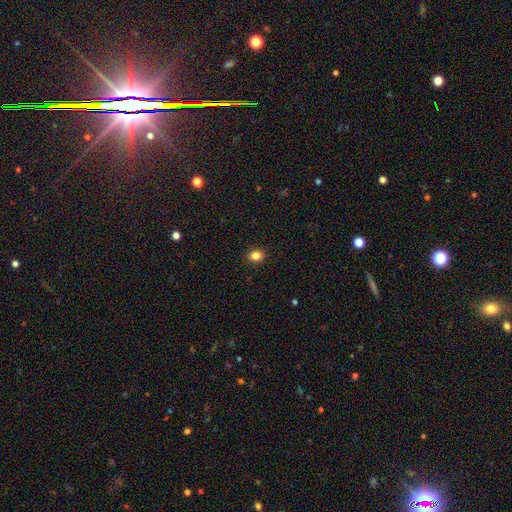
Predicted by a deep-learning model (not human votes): The model was most divided on "how rounded": round: 65%, in between: 34%, cigar-shaped: 1%. More confident: merging — none (92%); smooth or featured — smooth (84%).